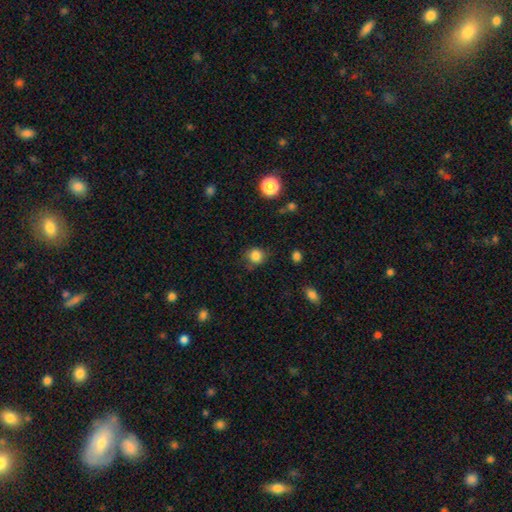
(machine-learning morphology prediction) Q: Smooth or featured?
A: smooth (83%); runner-up: star or artifact (12%)
Q: How rounded?
A: round (83%); runner-up: in between (16%)
Q: Merging?
A: none (75%); runner-up: minor disturbance (18%)